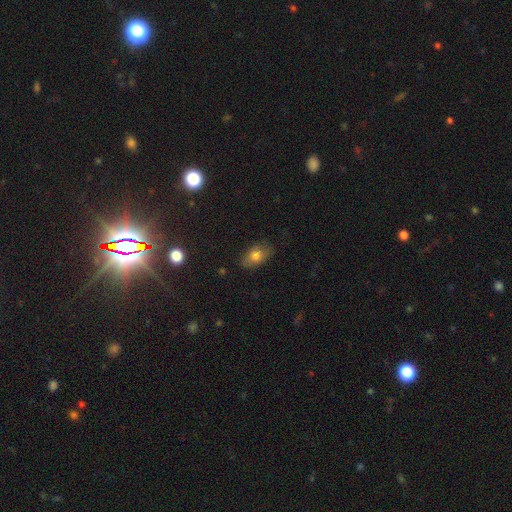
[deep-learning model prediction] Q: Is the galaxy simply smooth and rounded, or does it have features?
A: smooth — 74%.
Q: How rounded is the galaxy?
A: in between — 85%.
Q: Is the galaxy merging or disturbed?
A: none — 75%.